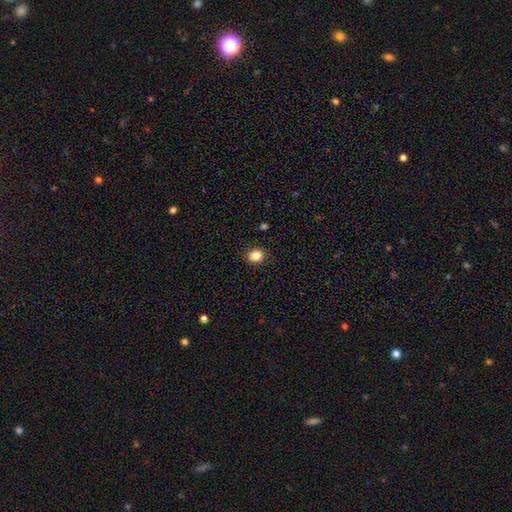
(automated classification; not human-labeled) This is clearly a smooth galaxy (84%). How rounded: likely round (70%). Merging: clearly none (90%).